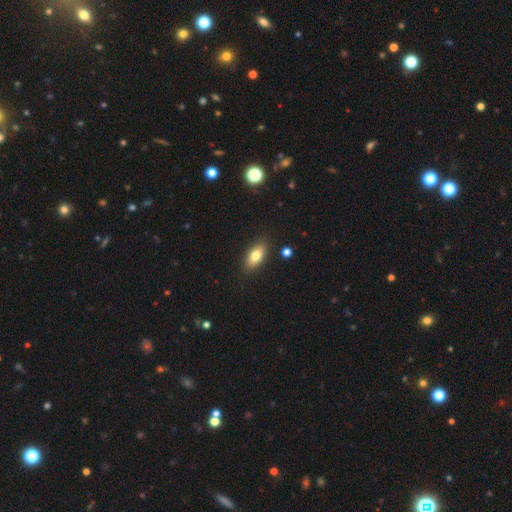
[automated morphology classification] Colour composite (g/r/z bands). It shows a smooth galaxy with no disk features (79%) that is in between round and cigar-shaped (87%). Merging: none (87%).